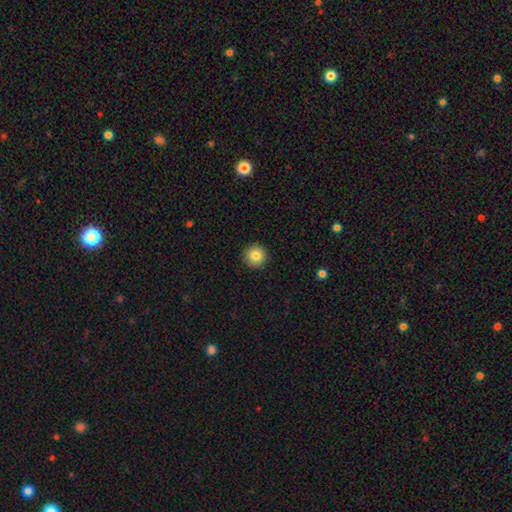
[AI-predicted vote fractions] smooth-or-featured: smooth: 85% | star or artifact: 9% | featured or disk: 6%
  how-rounded: round: 95% | in between: 4% | cigar-shaped: 1%
  merging: none: 92% | minor disturbance: 5% | major disturbance: 2% | merger: 1%